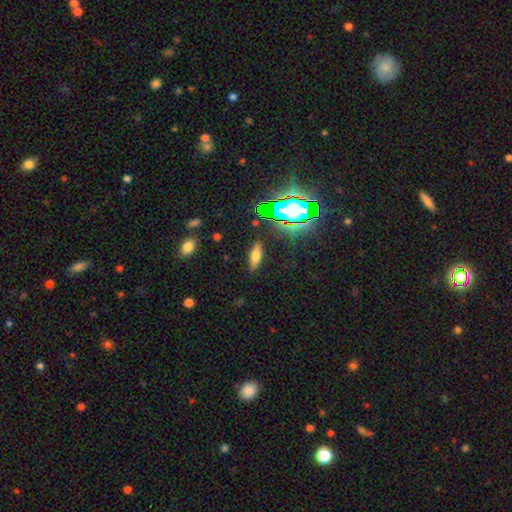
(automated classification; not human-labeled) A smooth galaxy with no disk features (63%) that is in between round and cigar-shaped (57%).

Vote fractions:
- Smooth or featured? smooth: 63% / featured or disk: 19% / star or artifact: 18%
- How rounded? in between: 57% / cigar-shaped: 39% / round: 4%
- Merging? none: 85% / minor disturbance: 10% / major disturbance: 3% / merger: 2%